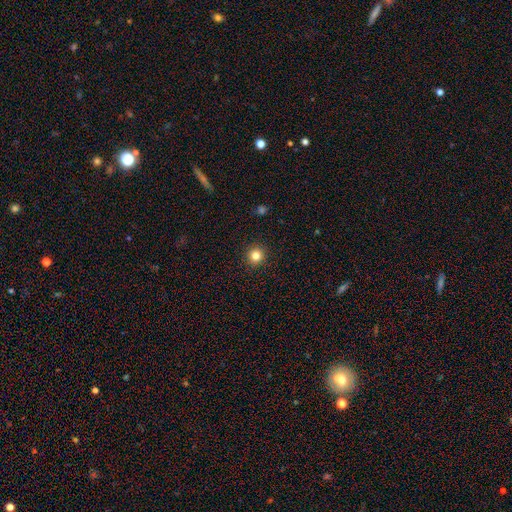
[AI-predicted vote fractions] Smooth or featured: smooth — 83% (star or artifact — 12%)
How rounded: round — 95% (in between — 4%)
Merging: none — 93% (minor disturbance — 4%)